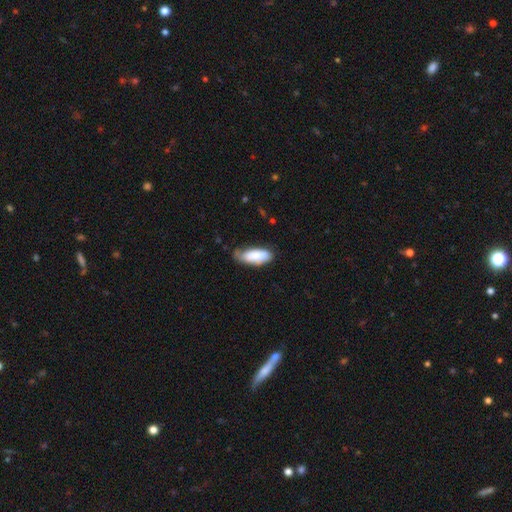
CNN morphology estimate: Smooth or featured? smooth (85%)
How rounded? in between (79%)
Merging? none (53%)